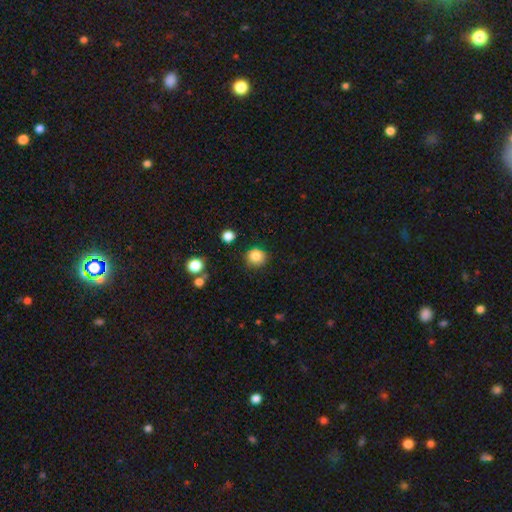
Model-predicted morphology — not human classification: This is clearly a smooth galaxy (84%). How rounded: clearly round (90%). Merging: clearly none (84%).